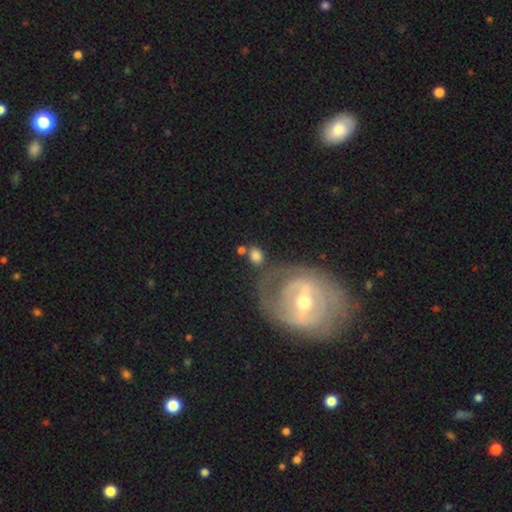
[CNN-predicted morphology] A smooth galaxy with no disk features (70%) that is round (62%). Merging: none (66%).